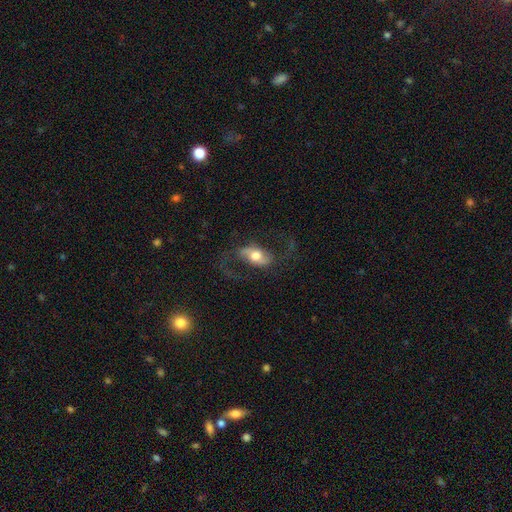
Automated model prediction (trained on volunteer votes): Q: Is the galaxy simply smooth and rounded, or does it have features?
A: featured or disk — 68%.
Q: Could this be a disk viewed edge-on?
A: no — 92%.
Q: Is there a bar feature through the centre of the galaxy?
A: no — 38%.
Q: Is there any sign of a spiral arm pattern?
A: yes — 84%.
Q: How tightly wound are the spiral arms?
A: loose — 68%.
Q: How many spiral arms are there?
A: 2 — 89%.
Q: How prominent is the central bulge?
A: moderate — 65%.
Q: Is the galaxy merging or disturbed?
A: none — 61%.